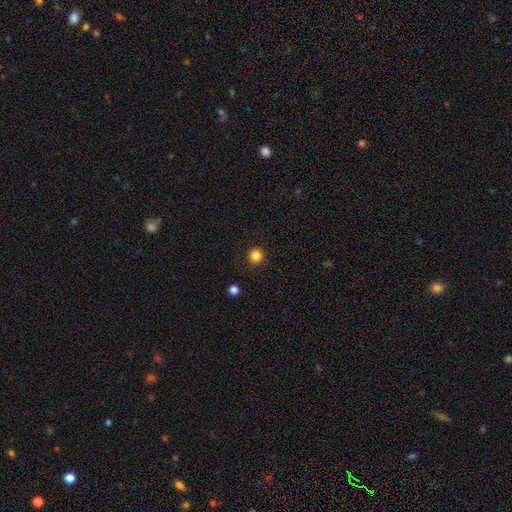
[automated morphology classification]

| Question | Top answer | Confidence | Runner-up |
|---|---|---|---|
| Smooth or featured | smooth | 85% | star or artifact (12%) |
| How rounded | round | 94% | in between (5%) |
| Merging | none | 91% | minor disturbance (6%) |